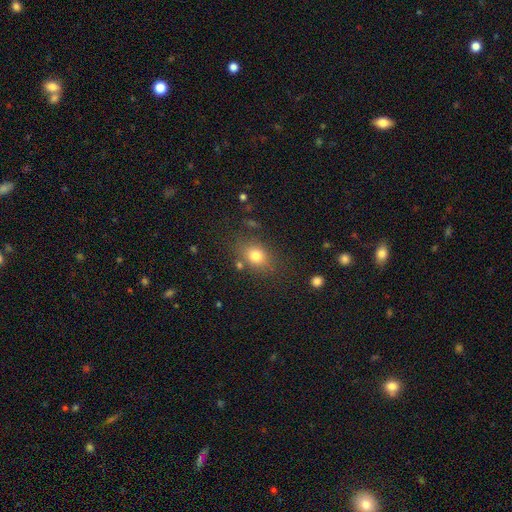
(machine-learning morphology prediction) Smooth or featured? Predicted: smooth (p=0.77). How rounded? Predicted: in between (p=0.58). Merging? Predicted: none (p=0.76).